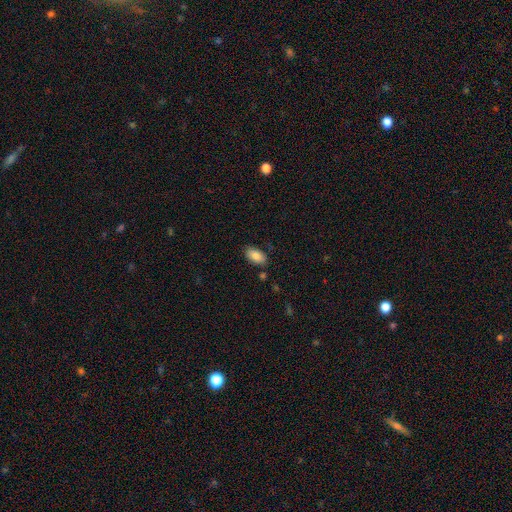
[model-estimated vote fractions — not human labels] A smooth galaxy with no disk features (83%) that is in between round and cigar-shaped (94%).

Vote fractions:
- Smooth or featured? smooth: 83% / featured or disk: 10% / star or artifact: 7%
- How rounded? in between: 94% / round: 4% / cigar-shaped: 2%
- Merging? none: 83% / minor disturbance: 12% / merger: 3% / major disturbance: 2%